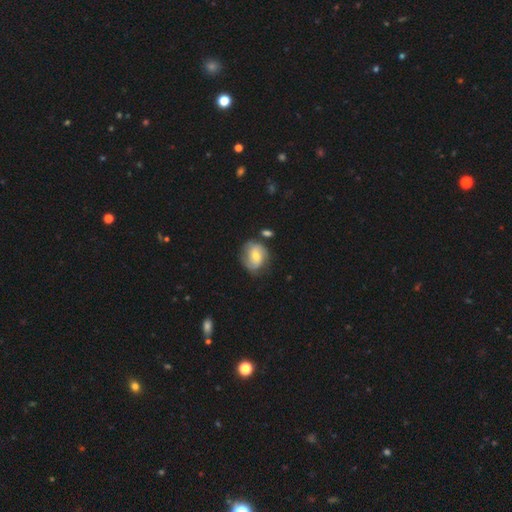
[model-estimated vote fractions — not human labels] smooth-or-featured: featured or disk: 59% | smooth: 34% | star or artifact: 7%
  disk-edge-on: no: 97% | yes: 3%
    bar: no: 51% | weak: 39% | strong: 9%
    has-spiral-arms: yes: 85% | no: 15%
    bulge-size: moderate: 54% | small: 40% | large: 3% | none: 2% | dominant: 1%
  merging: none: 65% | minor disturbance: 22% | major disturbance: 7% | merger: 6%